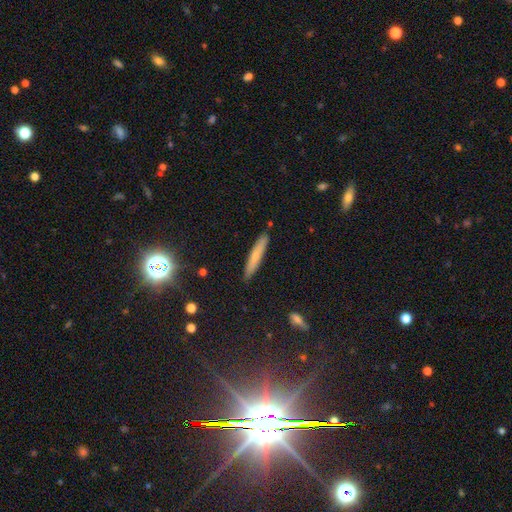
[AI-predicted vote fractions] Smooth or featured?
  - smooth: 64% *
  - featured or disk: 28%
  - star or artifact: 9%
How rounded?
  - cigar-shaped: 92% *
  - in between: 6%
  - round: 2%
Merging?
  - none: 88% *
  - minor disturbance: 9%
  - major disturbance: 2%
  - merger: 2%